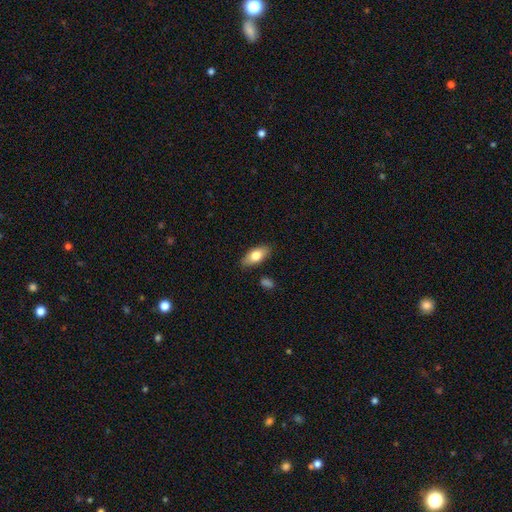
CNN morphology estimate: Q: Smooth or featured?
A: smooth (75%); runner-up: featured or disk (18%)
Q: How rounded?
A: in between (87%); runner-up: cigar-shaped (10%)
Q: Merging?
A: none (85%); runner-up: minor disturbance (11%)